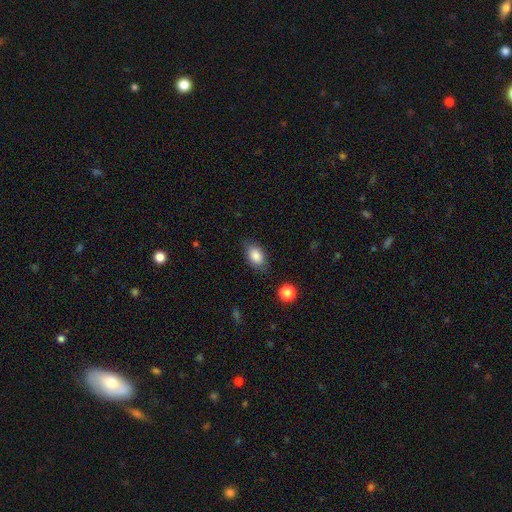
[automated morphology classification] Smooth or featured? Predicted: smooth (p=0.86). How rounded? Predicted: in between (p=0.88). Merging? Predicted: none (p=0.80).